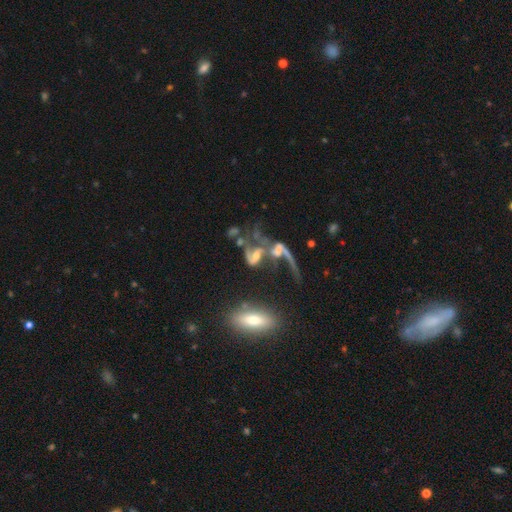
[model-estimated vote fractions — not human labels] Smooth or featured: featured or disk — 64% (smooth — 21%)
Edge-on disk: no — 92% (yes — 8%)
Bar: no — 59% (weak — 28%)
Spiral arms: yes — 57% (no — 43%)
Bulge size: moderate — 32% (tied with small — 32%)
Merging: merger — 48% (major disturbance — 26%)